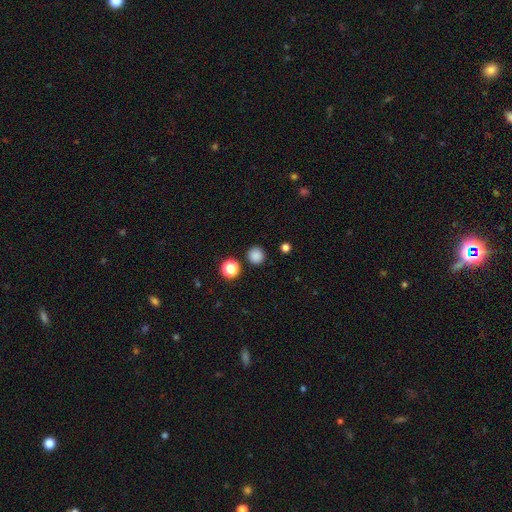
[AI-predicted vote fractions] smooth_or_featured: smooth (p=0.84) [alt: star or artifact p=0.13]
how_rounded: round (p=0.93) [alt: in between p=0.06]
merging: none (p=0.89) [alt: minor disturbance p=0.06]